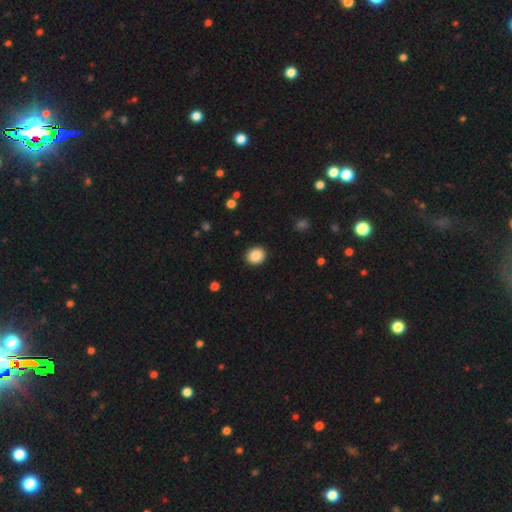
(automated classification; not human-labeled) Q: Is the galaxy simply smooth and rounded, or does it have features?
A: smooth — 88%.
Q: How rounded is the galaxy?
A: round — 78%.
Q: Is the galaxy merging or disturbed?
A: none — 92%.